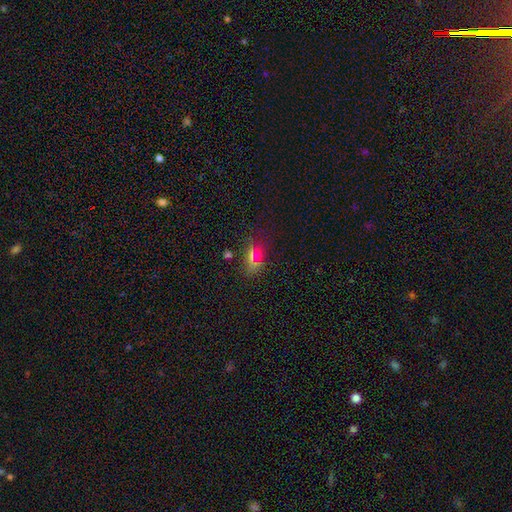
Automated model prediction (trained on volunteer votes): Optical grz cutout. It shows a smooth galaxy with no disk features (55%) that is in between round and cigar-shaped (70%). Merging: none (78%).